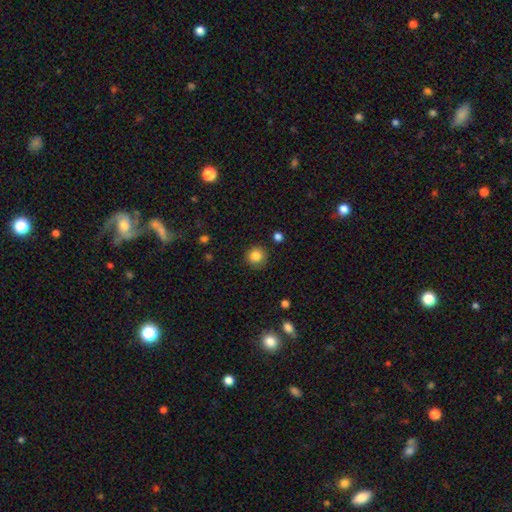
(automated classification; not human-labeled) Smooth or featured? Predicted: smooth (p=0.83). How rounded? Predicted: round (p=0.93). Merging? Predicted: none (p=0.89).